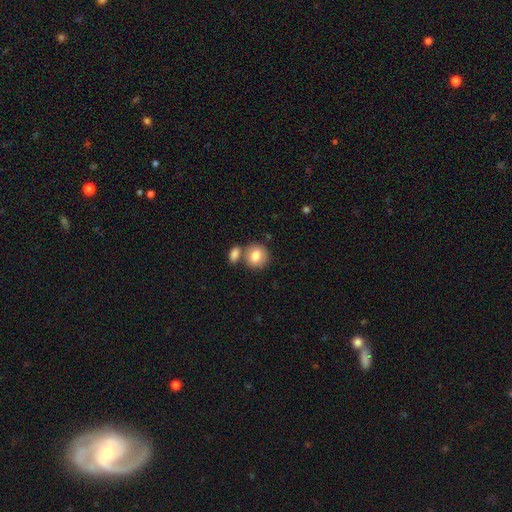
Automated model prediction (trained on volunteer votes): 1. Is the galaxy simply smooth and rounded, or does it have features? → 81% smooth, 11% featured or disk, 8% star or artifact.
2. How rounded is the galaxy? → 78% round, 21% in between, 1% cigar-shaped.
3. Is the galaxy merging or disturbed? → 57% none, 30% merger, 9% minor disturbance, 3% major disturbance.